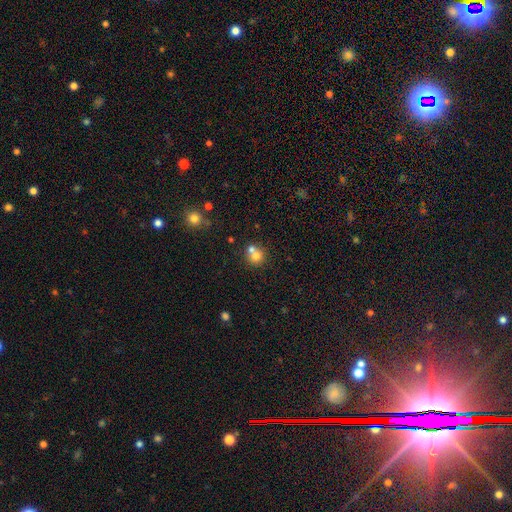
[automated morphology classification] type=smooth (72%); roundness=round (84%); merging=merger (50%).